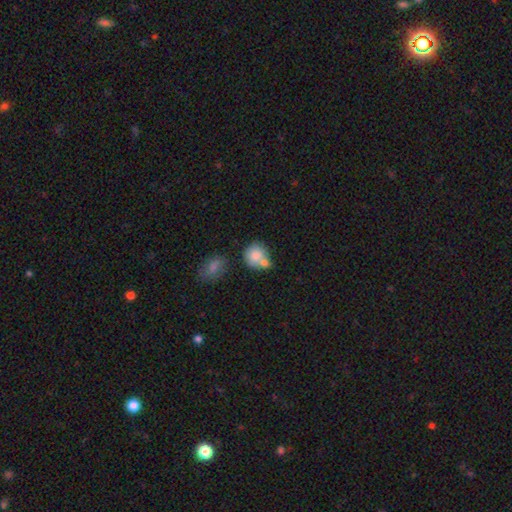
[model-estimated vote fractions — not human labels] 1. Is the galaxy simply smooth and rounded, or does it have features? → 78% smooth, 14% featured or disk, 8% star or artifact.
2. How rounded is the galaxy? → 77% round, 22% in between, 1% cigar-shaped.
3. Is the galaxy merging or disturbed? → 44% merger, 39% none, 13% minor disturbance, 5% major disturbance.